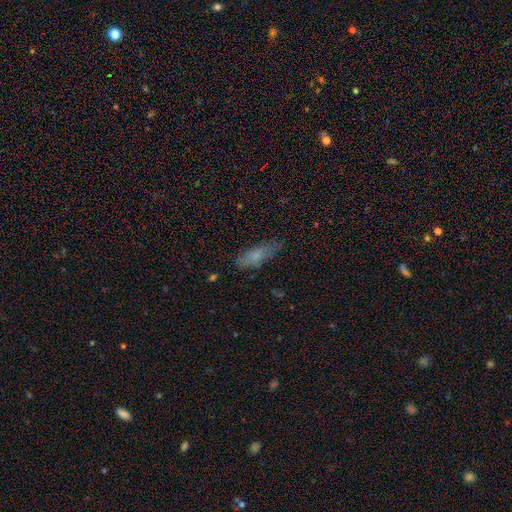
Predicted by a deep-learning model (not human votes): Smooth or featured? Predicted: smooth (p=0.68). How rounded? Predicted: in between (p=0.62). Merging? Predicted: none (p=0.66).